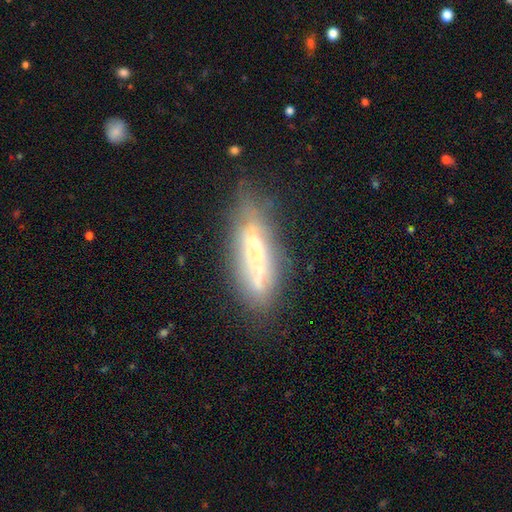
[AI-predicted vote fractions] A featured or disk galaxy (56%) viewed edge-on (51%). Merging: none (55%).